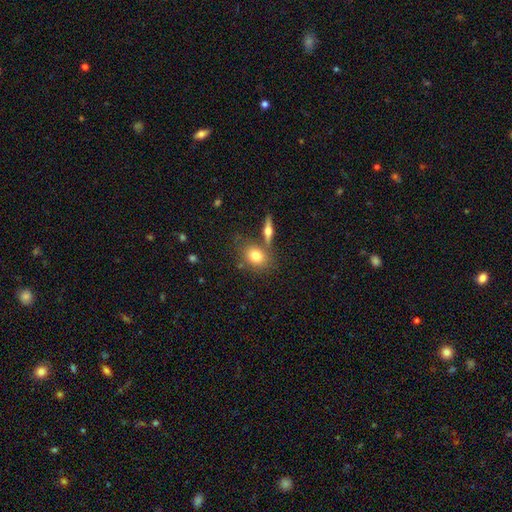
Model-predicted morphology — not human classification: type=smooth (75%); roundness=in between (53%); merging=none (62%).